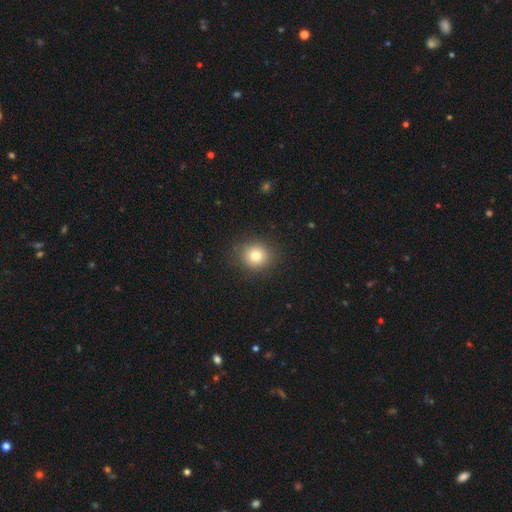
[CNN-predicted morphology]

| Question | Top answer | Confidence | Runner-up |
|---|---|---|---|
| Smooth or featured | smooth | 81% | star or artifact (11%) |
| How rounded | round | 83% | in between (16%) |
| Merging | none | 88% | minor disturbance (8%) |